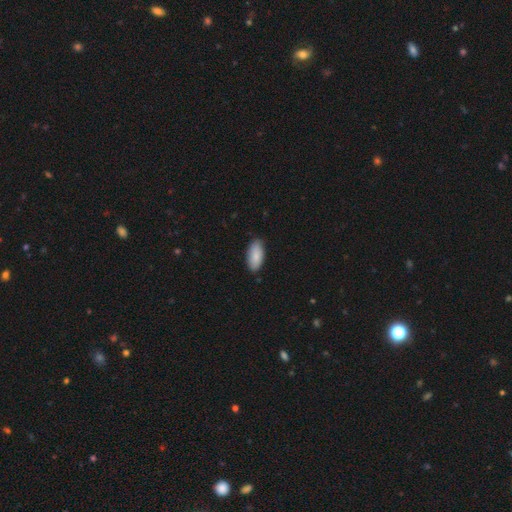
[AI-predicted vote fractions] This appears to be a smooth galaxy with no disk features (86%) that is in between round and cigar-shaped (92%). Merging: none (83%).